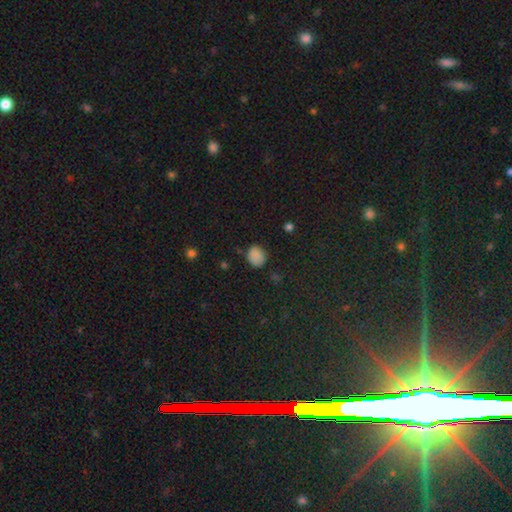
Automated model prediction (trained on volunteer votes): This appears to be a smooth galaxy with no disk features (83%) that is round (58%). Merging: none (77%).